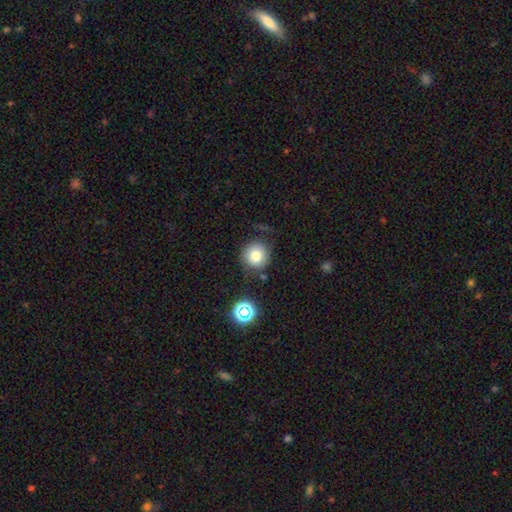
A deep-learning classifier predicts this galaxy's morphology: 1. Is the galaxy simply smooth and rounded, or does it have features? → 79% smooth, 12% star or artifact, 9% featured or disk.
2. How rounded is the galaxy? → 93% round, 6% in between, 1% cigar-shaped.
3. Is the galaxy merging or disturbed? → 76% none, 14% minor disturbance, 6% major disturbance, 5% merger.